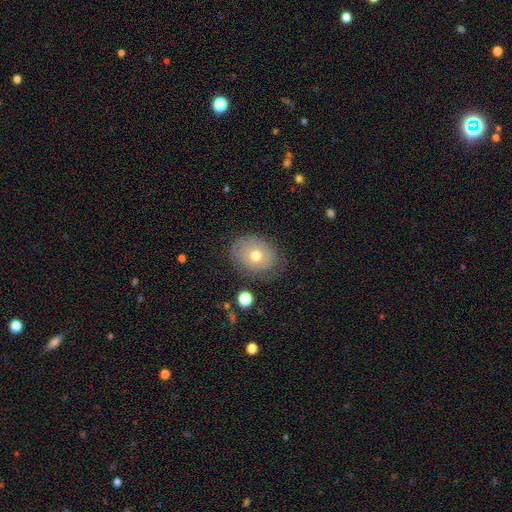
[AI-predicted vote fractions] Smooth or featured?
  - smooth: 48% *
  - featured or disk: 43%
  - star or artifact: 9%
Merging?
  - none: 69% *
  - minor disturbance: 21%
  - major disturbance: 8%
  - merger: 2%